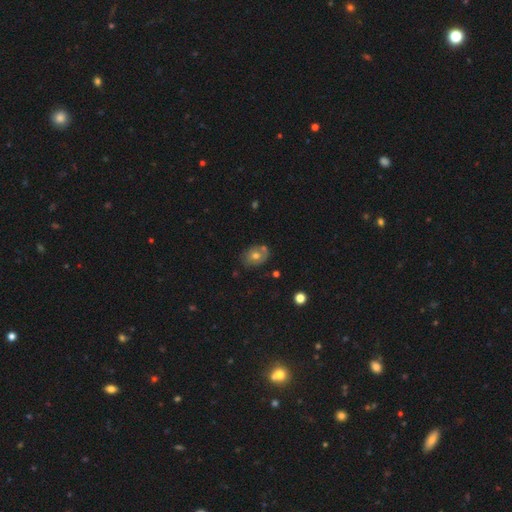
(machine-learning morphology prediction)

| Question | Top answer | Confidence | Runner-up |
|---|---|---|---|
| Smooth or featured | smooth | 50% | featured or disk (40%) |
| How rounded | in between | 66% | round (33%) |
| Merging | none | 64% | minor disturbance (22%) |